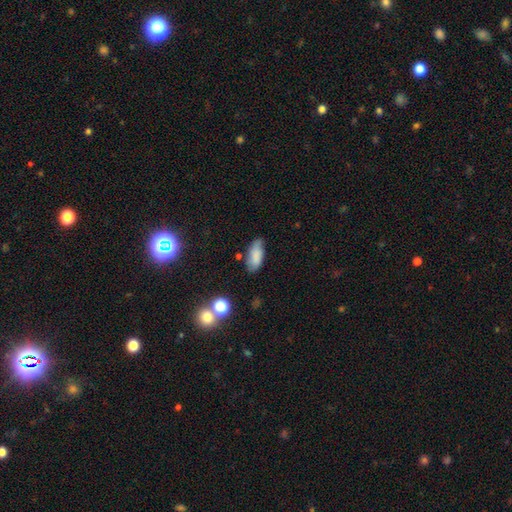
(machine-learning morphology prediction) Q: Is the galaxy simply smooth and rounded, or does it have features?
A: smooth — 75%.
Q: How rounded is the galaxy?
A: in between — 87%.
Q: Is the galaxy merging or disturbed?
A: none — 63%.